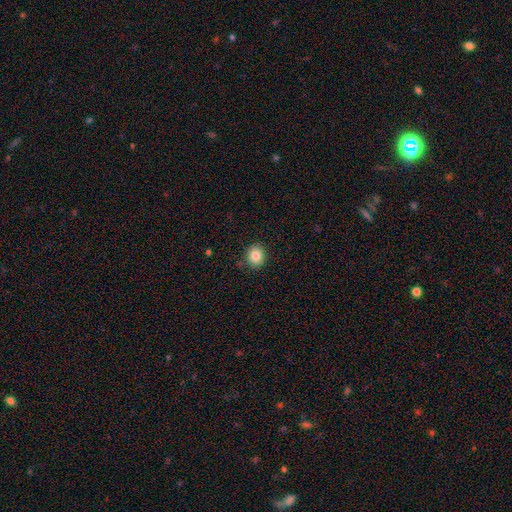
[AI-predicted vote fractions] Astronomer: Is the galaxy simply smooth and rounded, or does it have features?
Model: smooth — 84%.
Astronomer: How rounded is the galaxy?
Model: round — 73%.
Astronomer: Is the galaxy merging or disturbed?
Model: none — 89%.